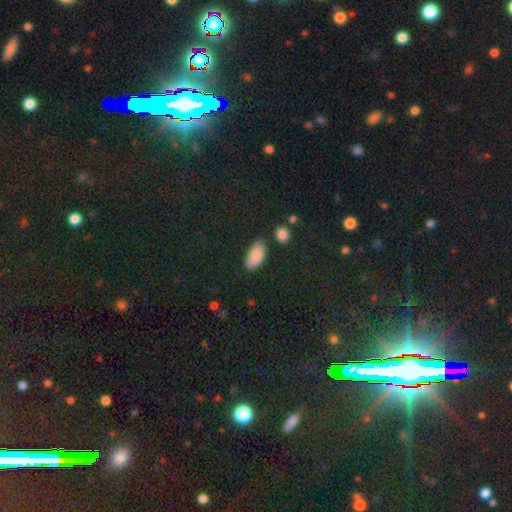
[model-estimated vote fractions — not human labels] Smooth or featured? smooth (86%)
How rounded? in between (94%)
Merging? none (74%)